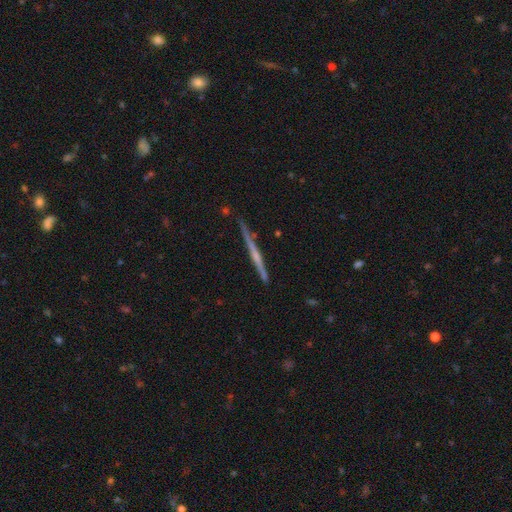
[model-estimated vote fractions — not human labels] A featured or disk galaxy (69%) viewed edge-on (98%) with no central bulge (53%).

Vote fractions:
- Smooth or featured? featured or disk: 69% / smooth: 24% / star or artifact: 7%
- Edge-on disk? yes: 98% / no: 2%
- Edge-on bulge? none: 53% / rounded: 37% / boxy: 9%
- Merging? none: 85% / minor disturbance: 11% / merger: 2% / major disturbance: 2%